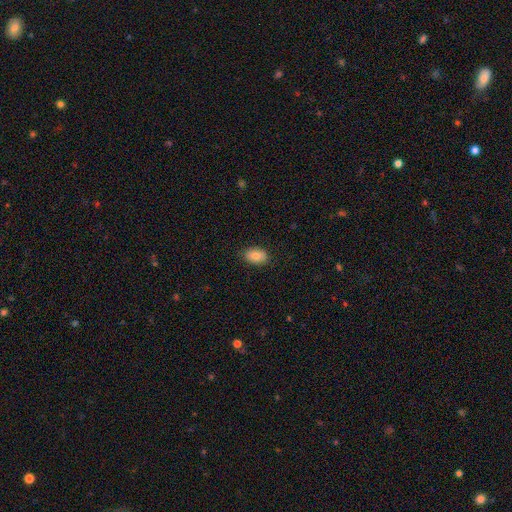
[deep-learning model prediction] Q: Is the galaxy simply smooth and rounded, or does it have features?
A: smooth — 82%.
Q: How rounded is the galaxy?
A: in between — 86%.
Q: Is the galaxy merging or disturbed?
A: none — 87%.